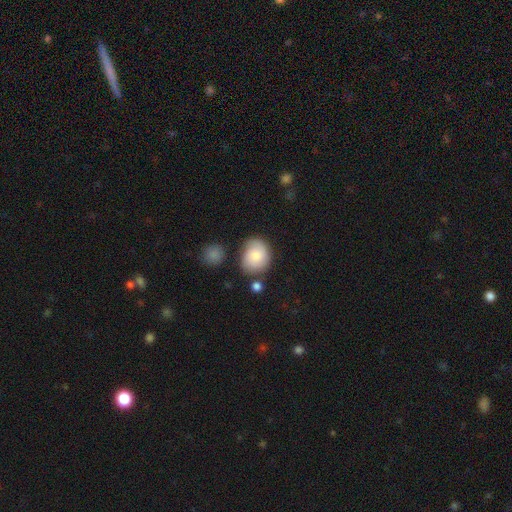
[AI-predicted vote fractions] Morphology: type=smooth (76%); roundness=round (59%); merging=none (65%).